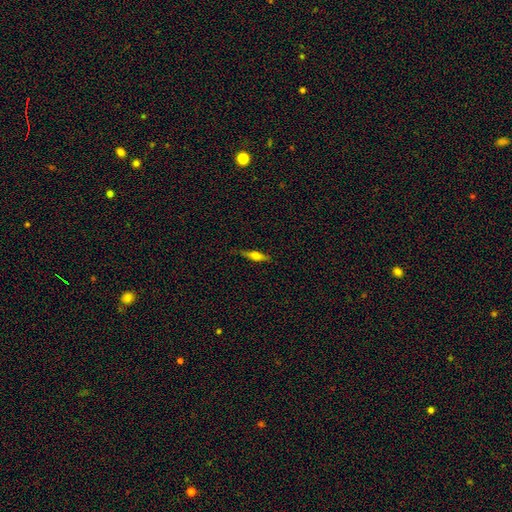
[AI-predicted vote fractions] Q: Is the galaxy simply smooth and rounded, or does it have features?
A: smooth — 49%.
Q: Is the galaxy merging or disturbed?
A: none — 82%.